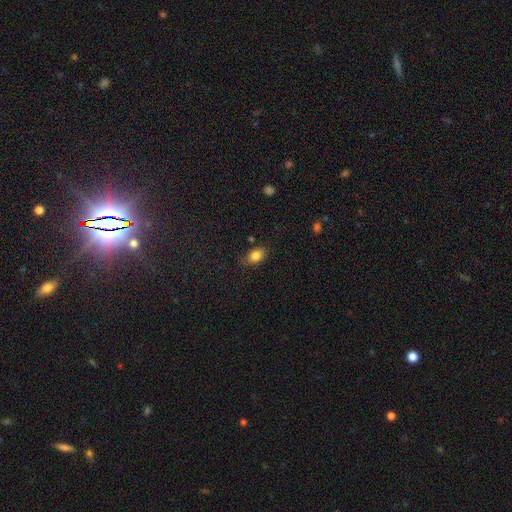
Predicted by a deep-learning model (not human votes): smooth-or-featured: smooth: 84% | star or artifact: 9% | featured or disk: 7%
  how-rounded: in between: 78% | round: 21% | cigar-shaped: 2%
  merging: none: 75% | minor disturbance: 19% | major disturbance: 4% | merger: 2%